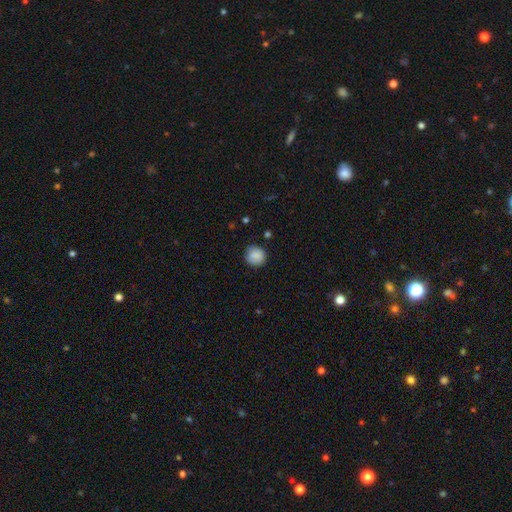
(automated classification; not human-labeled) smooth_or_featured: smooth (p=0.88) [alt: star or artifact p=0.08]
how_rounded: round (p=0.89) [alt: in between p=0.10]
merging: none (p=0.83) [alt: minor disturbance p=0.13]